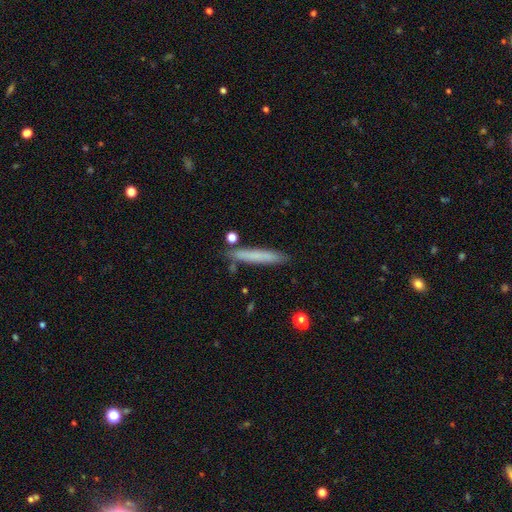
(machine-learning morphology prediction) type=smooth (70%); roundness=cigar-shaped (95%); merging=none (84%).